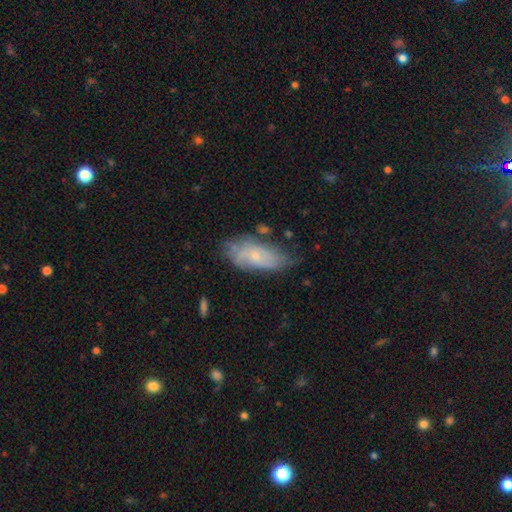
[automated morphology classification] Smooth or featured? Predicted: featured or disk (p=0.49). Merging? Predicted: none (p=0.55).